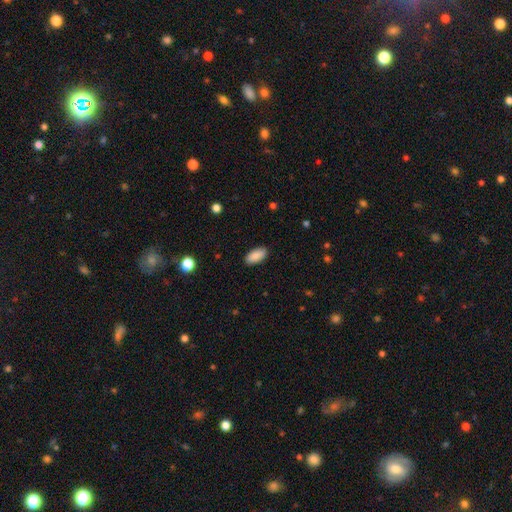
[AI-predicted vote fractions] smooth-or-featured: smooth: 89% | star or artifact: 6% | featured or disk: 5%
  how-rounded: in between: 92% | cigar-shaped: 6% | round: 2%
  merging: none: 90% | minor disturbance: 8% | major disturbance: 2% | merger: 1%